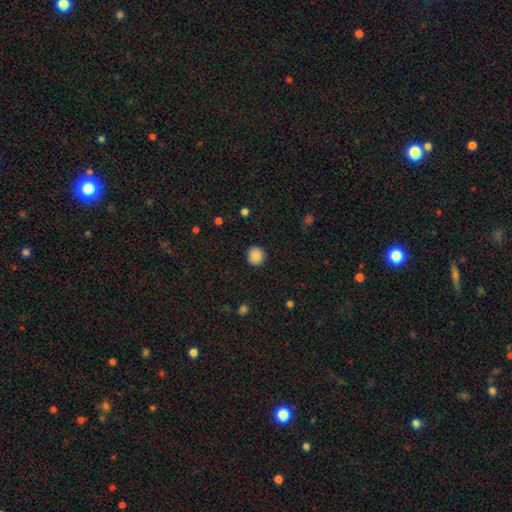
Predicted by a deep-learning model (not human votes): smooth 88%, star or artifact 9%, featured or disk 3%. Down the decision tree: how rounded — round (89%); merging — none (90%).